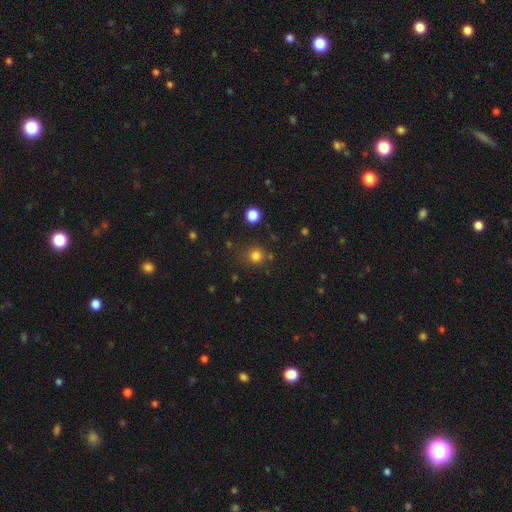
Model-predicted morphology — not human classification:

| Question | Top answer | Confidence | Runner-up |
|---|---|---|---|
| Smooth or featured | smooth | 79% | star or artifact (16%) |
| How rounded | round | 91% | in between (8%) |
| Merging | none | 81% | minor disturbance (10%) |